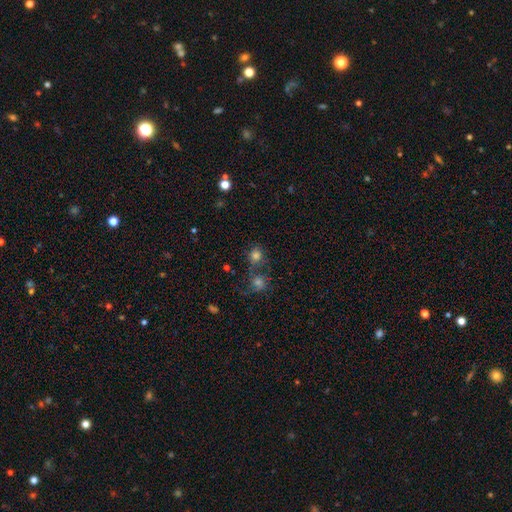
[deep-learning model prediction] This is likely a smooth galaxy (73%). How rounded: likely round (74%). Merging: possibly none (47%).